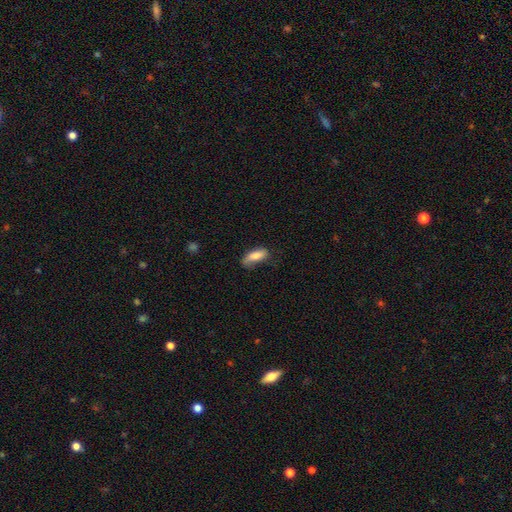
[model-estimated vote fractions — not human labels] The model was most divided on "merging": none: 58%, minor disturbance: 30%, major disturbance: 10%, merger: 2%. More confident: smooth or featured — smooth (80%); how rounded — in between (69%).